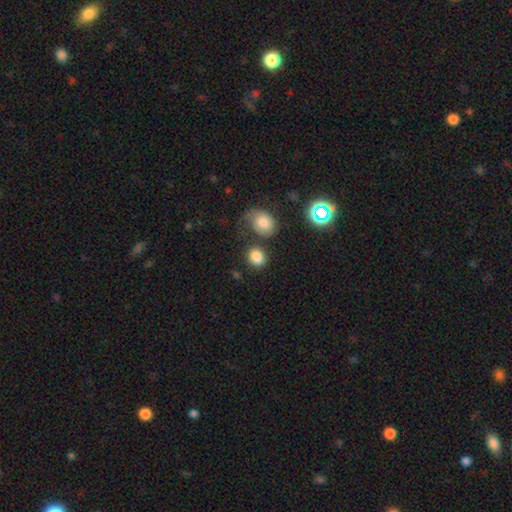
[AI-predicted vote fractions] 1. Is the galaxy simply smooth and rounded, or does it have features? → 82% smooth, 11% star or artifact, 7% featured or disk.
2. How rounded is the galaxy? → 50% in between, 49% round, 1% cigar-shaped.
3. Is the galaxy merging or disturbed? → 62% none, 15% minor disturbance, 15% merger, 8% major disturbance.